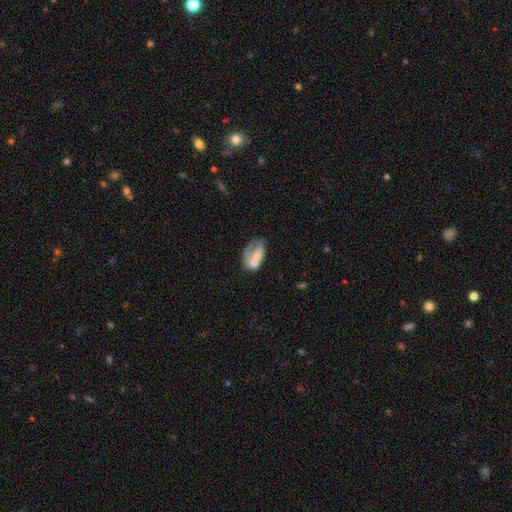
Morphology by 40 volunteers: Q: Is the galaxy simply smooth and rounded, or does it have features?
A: smooth — 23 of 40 (57%).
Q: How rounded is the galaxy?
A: in between — 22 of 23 (96%).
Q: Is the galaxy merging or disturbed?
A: major disturbance — 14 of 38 (37%).